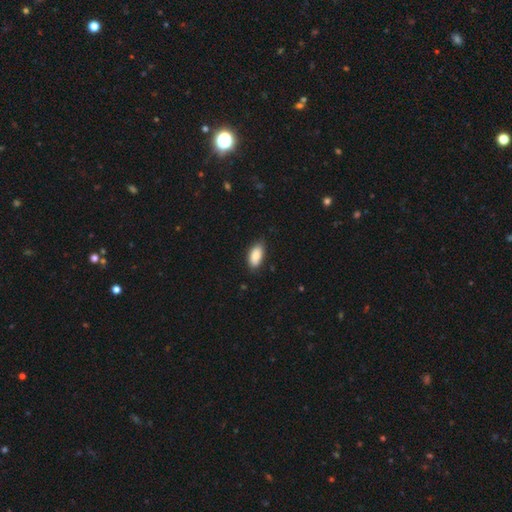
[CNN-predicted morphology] A smooth galaxy with no disk features (88%) that is in between round and cigar-shaped (92%). Merging: none (78%).